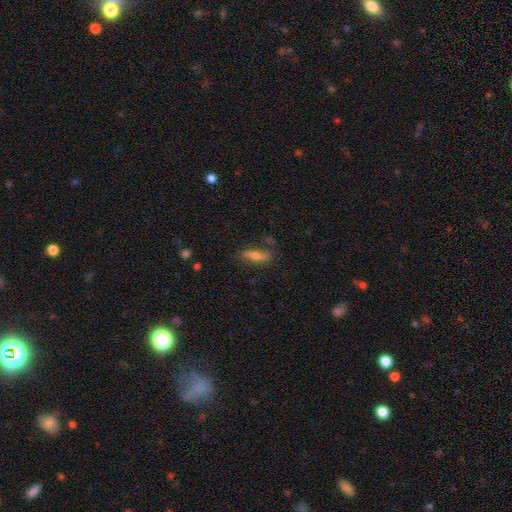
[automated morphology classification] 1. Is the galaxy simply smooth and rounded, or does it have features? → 47% smooth, 44% featured or disk, 8% star or artifact.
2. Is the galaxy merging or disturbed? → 71% none, 20% minor disturbance, 7% major disturbance, 3% merger.